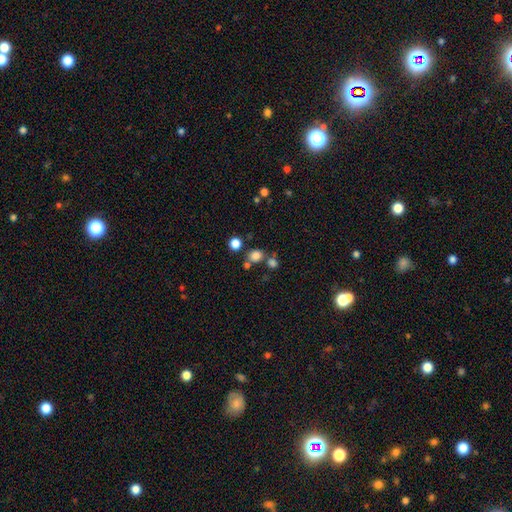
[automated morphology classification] Q: Smooth or featured?
A: smooth (78%); runner-up: star or artifact (15%)
Q: How rounded?
A: round (73%); runner-up: in between (26%)
Q: Merging?
A: none (65%); runner-up: merger (21%)